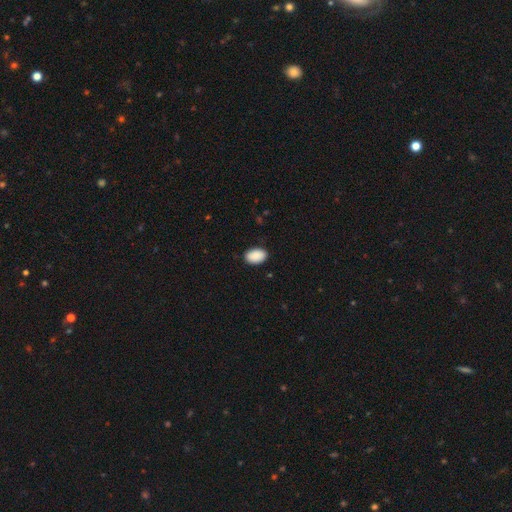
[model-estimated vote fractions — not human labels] Overall: smooth (91%). How rounded: in between (91%). Merging: none (87%).